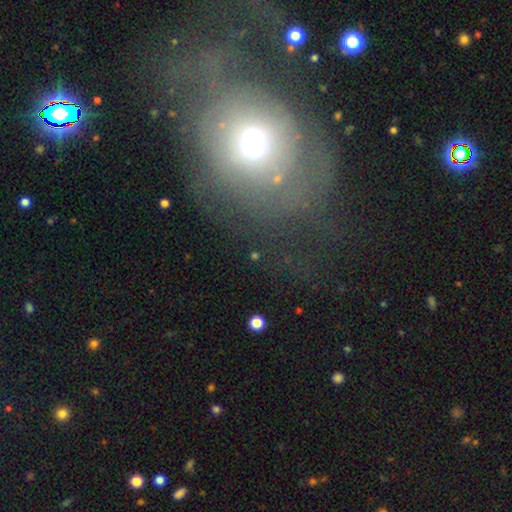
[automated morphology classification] Smooth or featured? star or artifact (37%)